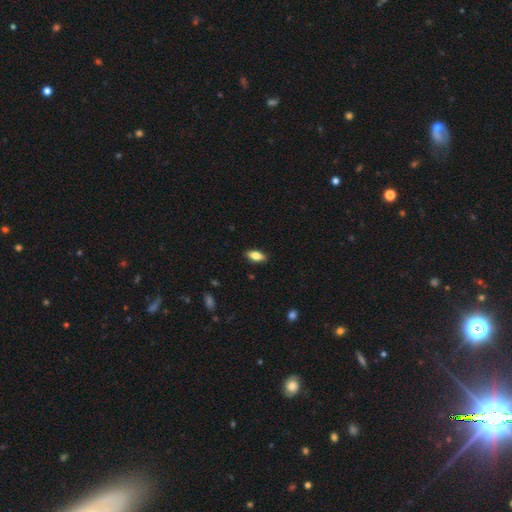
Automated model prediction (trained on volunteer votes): A smooth galaxy with no disk features (78%) that is in between round and cigar-shaped (84%).

Vote fractions:
- Smooth or featured? smooth: 78% / featured or disk: 15% / star or artifact: 7%
- How rounded? in between: 84% / cigar-shaped: 13% / round: 3%
- Merging? none: 88% / minor disturbance: 9% / major disturbance: 2% / merger: 1%